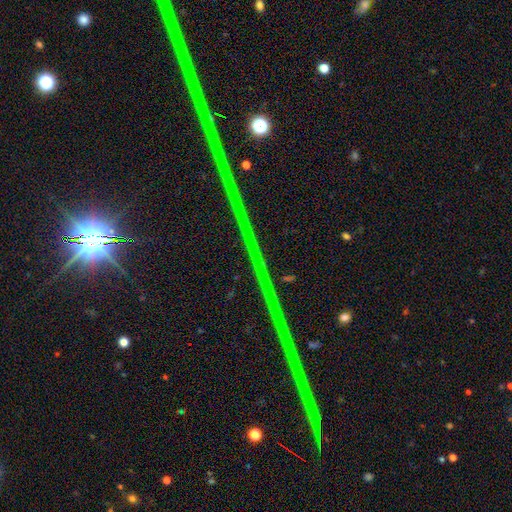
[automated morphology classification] smooth-or-featured: star or artifact: 87% | featured or disk: 8% | smooth: 5%